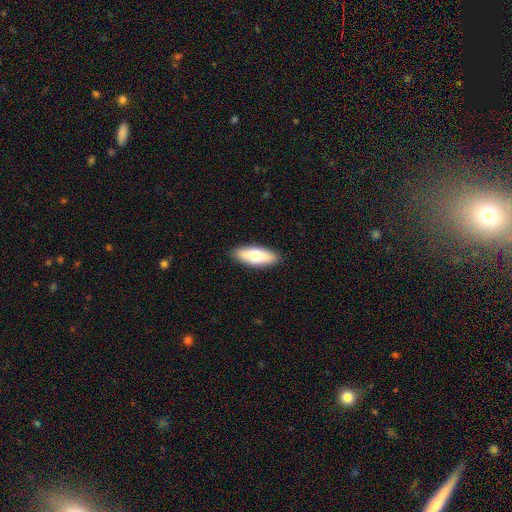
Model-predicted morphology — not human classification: This is likely a smooth galaxy (71%). How rounded: likely in between (74%). Merging: clearly none (90%).